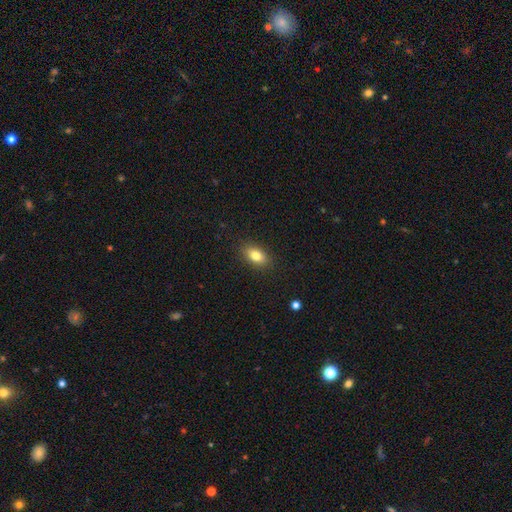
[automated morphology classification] smooth_or_featured: smooth (p=0.81) [alt: featured or disk p=0.10]
how_rounded: in between (p=0.86) [alt: round p=0.10]
merging: none (p=0.88) [alt: minor disturbance p=0.08]